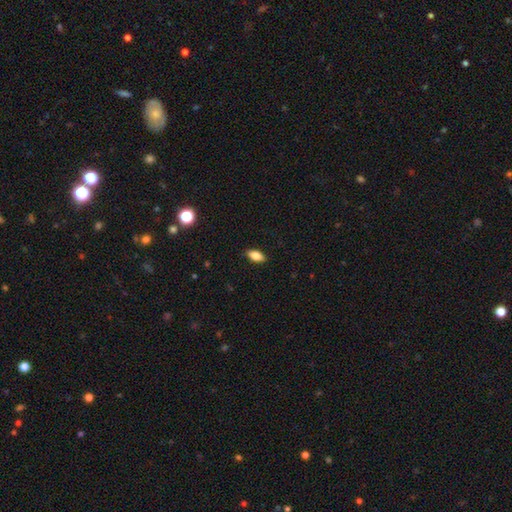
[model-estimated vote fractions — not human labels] A smooth galaxy with no disk features (79%) that is in between round and cigar-shaped (86%).

Vote fractions:
- Smooth or featured? smooth: 79% / featured or disk: 13% / star or artifact: 8%
- How rounded? in between: 86% / cigar-shaped: 11% / round: 4%
- Merging? none: 89% / minor disturbance: 8% / major disturbance: 2% / merger: 1%